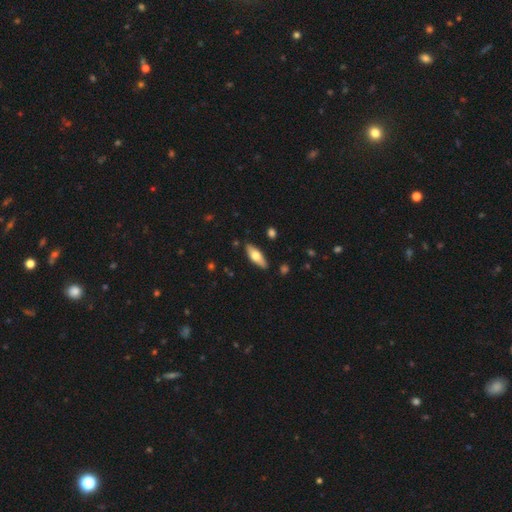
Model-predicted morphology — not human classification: type=smooth (58%); roundness=in between (64%); merging=none (86%).